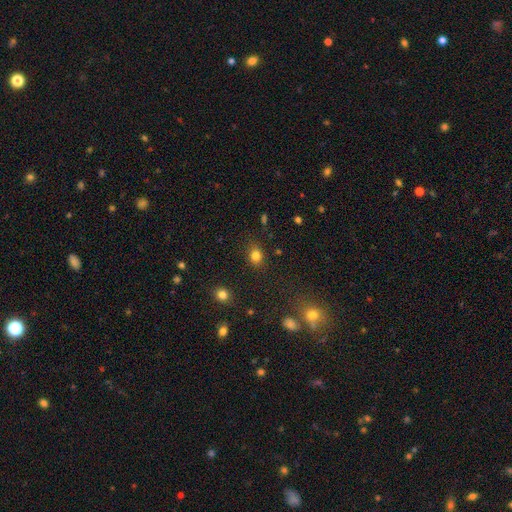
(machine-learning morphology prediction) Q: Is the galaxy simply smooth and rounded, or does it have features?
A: smooth — 81%.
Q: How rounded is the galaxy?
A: round — 54%.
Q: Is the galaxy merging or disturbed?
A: none — 83%.